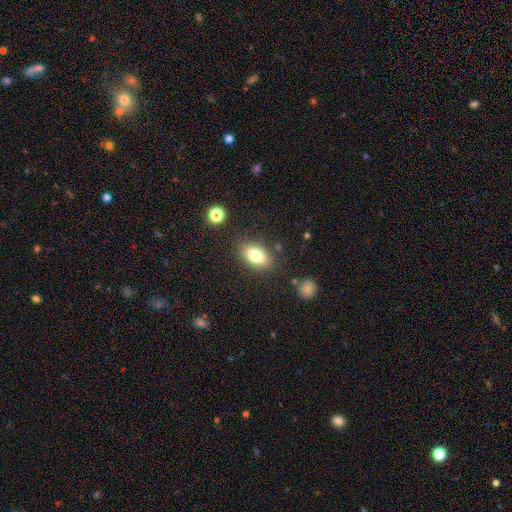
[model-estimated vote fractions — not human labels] Overall: smooth (79%). How rounded: in between (88%). Merging: none (81%).